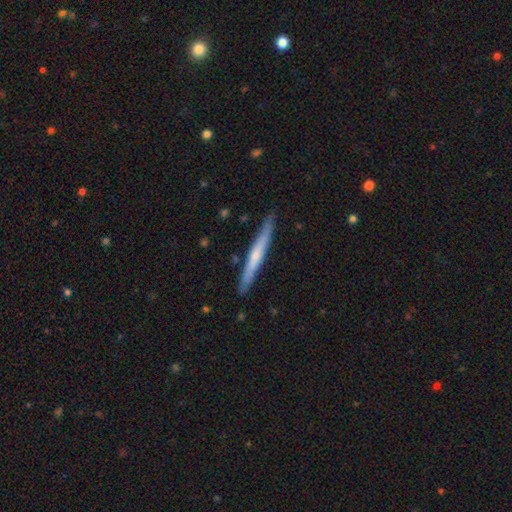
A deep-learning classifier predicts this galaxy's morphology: Smooth or featured: featured or disk — 51% (smooth — 44%)
Edge-on disk: yes — 95% (no — 5%)
Merging: none — 88% (minor disturbance — 9%)